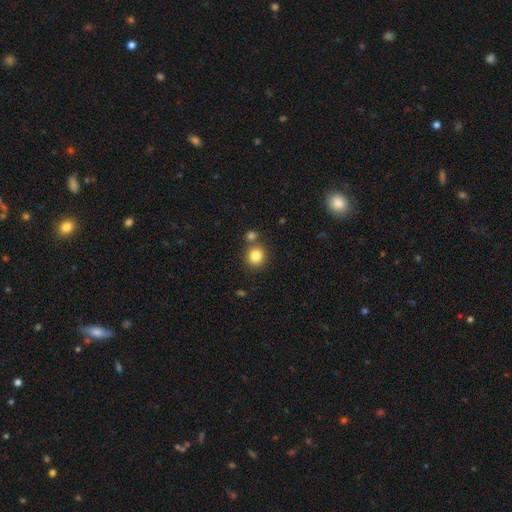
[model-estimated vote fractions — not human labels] This appears to be a smooth galaxy with no disk features (83%) that is round (88%). Merging: none (73%).